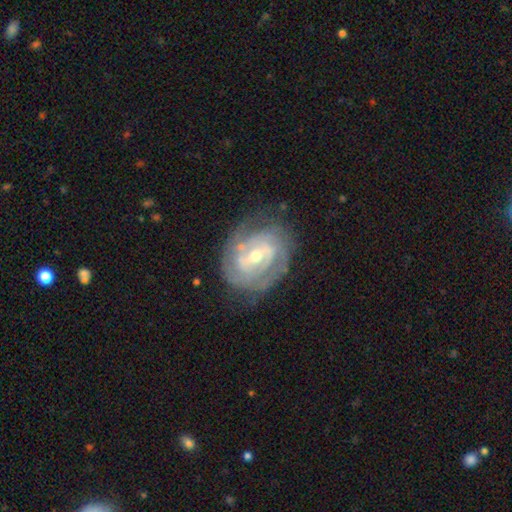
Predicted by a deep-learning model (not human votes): A featured or disk galaxy (86%) with a weak bar (48%), 2 (42%) tight (68%) spiral arms (91%) and a moderate central bulge (52%). Merging: none (73%).